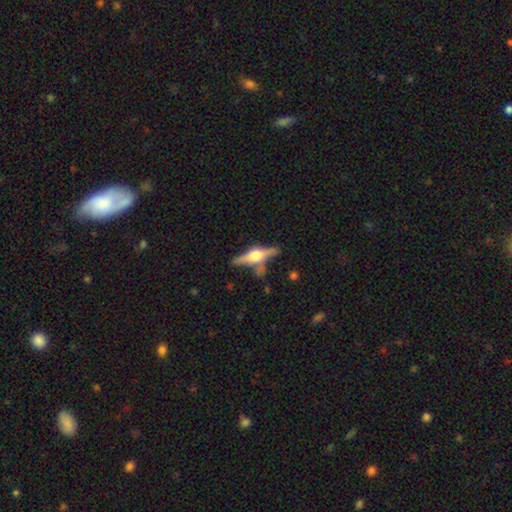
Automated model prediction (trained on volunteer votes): This is likely a featured or disk galaxy (74%). It is clearly viewed edge-on (95%). Edge-on bulge: clearly rounded (94%). Merging: likely none (70%).